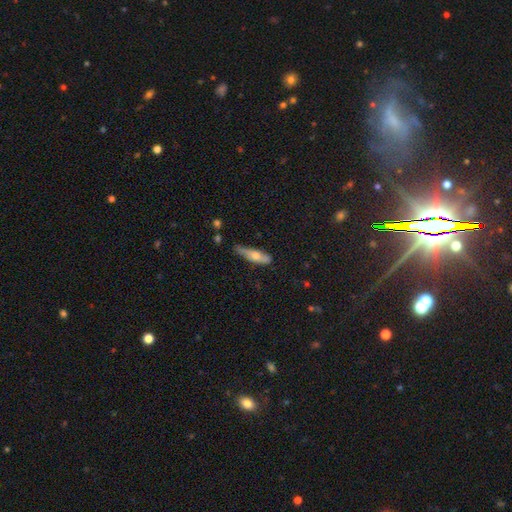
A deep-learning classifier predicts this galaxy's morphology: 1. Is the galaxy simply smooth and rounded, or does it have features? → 53% smooth, 40% featured or disk, 7% star or artifact.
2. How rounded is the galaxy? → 61% cigar-shaped, 37% in between, 2% round.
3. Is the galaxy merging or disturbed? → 55% none, 32% minor disturbance, 8% major disturbance, 4% merger.